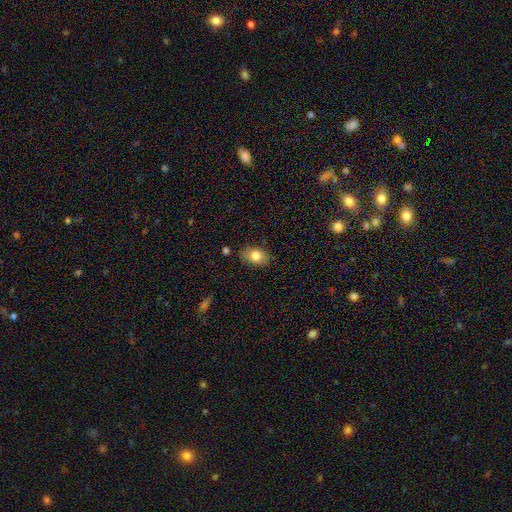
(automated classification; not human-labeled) Smooth or featured: smooth — 80% (featured or disk — 12%)
How rounded: in between — 83% (round — 16%)
Merging: none — 81% (minor disturbance — 15%)